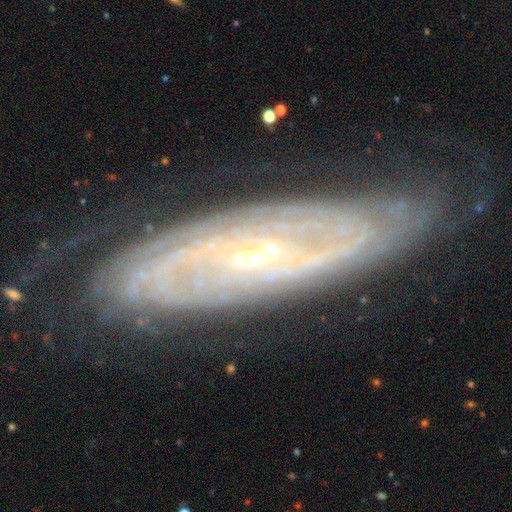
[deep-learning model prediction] The model was most divided on "bar": no: 44%, weak: 37%, strong: 18%. Remaining: spiral arms — yes (88%); smooth or featured — featured or disk (81%); bulge size — small (80%); edge-on disk — no (78%); merging — none (75%); spiral winding — tight (66%); spiral arm count — can't tell (49%).